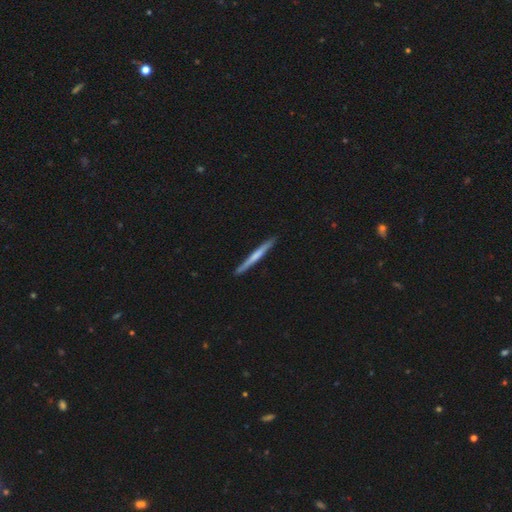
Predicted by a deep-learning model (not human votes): Q: Smooth or featured?
A: smooth (49%); runner-up: featured or disk (46%)
Q: Merging?
A: none (91%); runner-up: minor disturbance (7%)